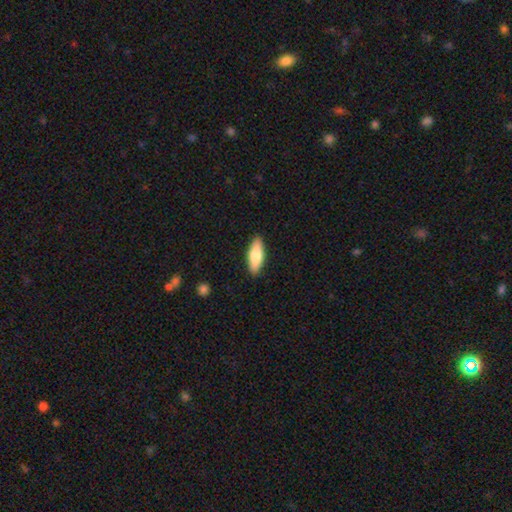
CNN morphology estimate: This appears to be a smooth galaxy with no disk features (77%) that is in between round and cigar-shaped (63%). Merging: none (89%).